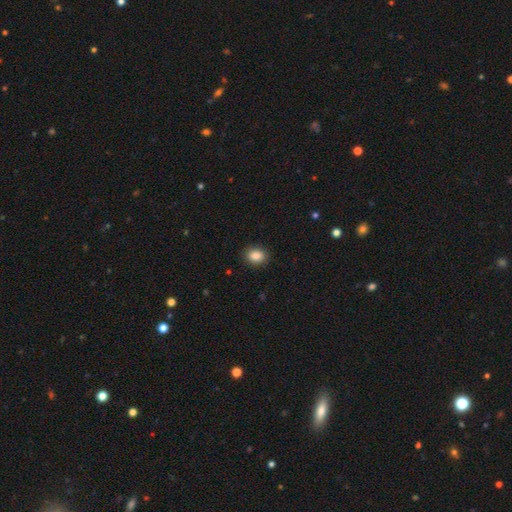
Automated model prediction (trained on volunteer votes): This appears to be a smooth galaxy with no disk features (87%) that is in between round and cigar-shaped (55%). Merging: none (89%).